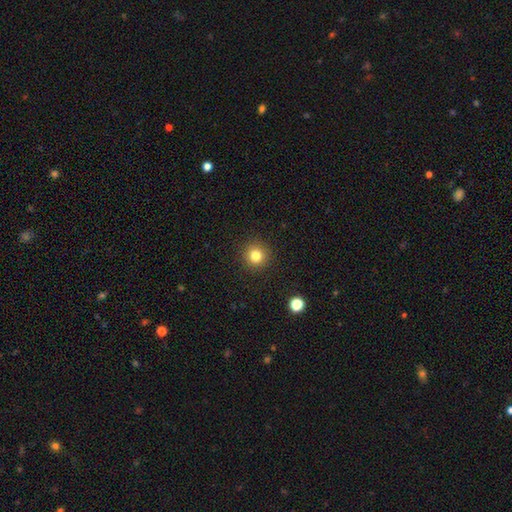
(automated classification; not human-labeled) smooth_or_featured: smooth (p=0.81) [alt: star or artifact p=0.13]
how_rounded: round (p=0.94) [alt: in between p=0.05]
merging: none (p=0.92) [alt: minor disturbance p=0.05]